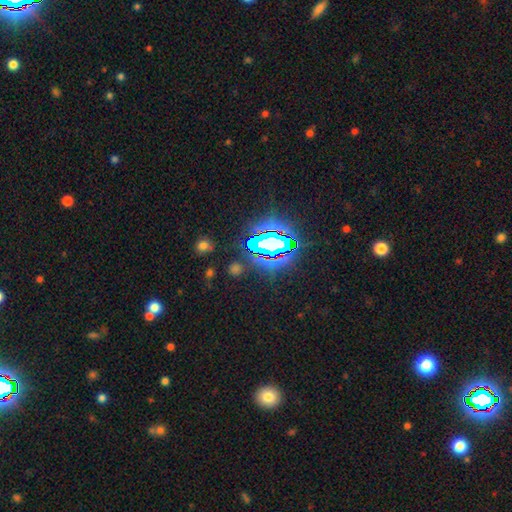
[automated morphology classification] The model was most divided on "smooth or featured": star or artifact: 83%, smooth: 10%, featured or disk: 7%.